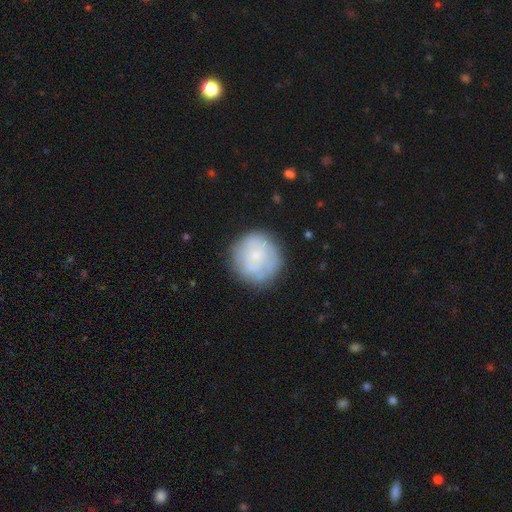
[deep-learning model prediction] This appears to be a smooth galaxy with no disk features (56%) that is round (91%). Merging: none (78%).